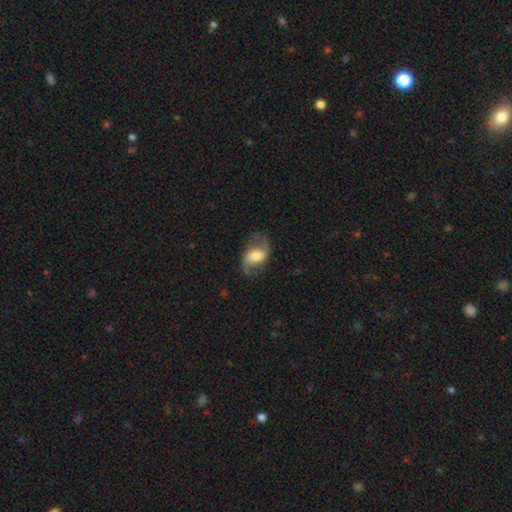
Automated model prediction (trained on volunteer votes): Smooth or featured? featured or disk (68%)
Edge-on disk? no (95%)
Bar? no (41%)
Spiral arms? yes (90%)
Spiral winding? loose (60%)
Spiral arm count? 2 (89%)
Bulge size? moderate (48%)
Merging? none (69%)